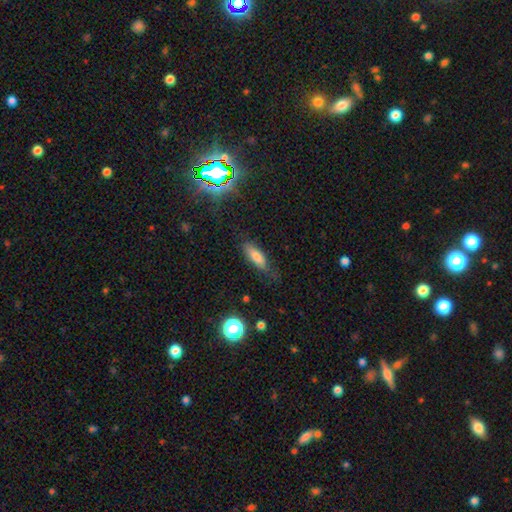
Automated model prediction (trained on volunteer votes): A smooth galaxy with no disk features (76%) that is in between round and cigar-shaped (62%).

Vote fractions:
- Smooth or featured? smooth: 76% / featured or disk: 14% / star or artifact: 10%
- How rounded? in between: 62% / cigar-shaped: 36% / round: 3%
- Merging? none: 65% / minor disturbance: 24% / major disturbance: 9% / merger: 2%